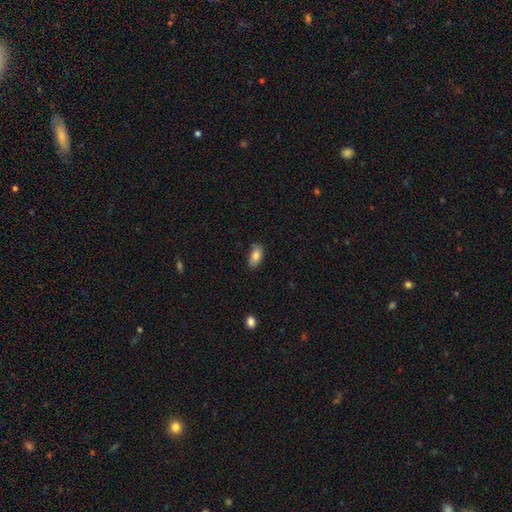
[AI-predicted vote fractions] Smooth or featured? smooth (84%)
How rounded? in between (91%)
Merging? none (83%)